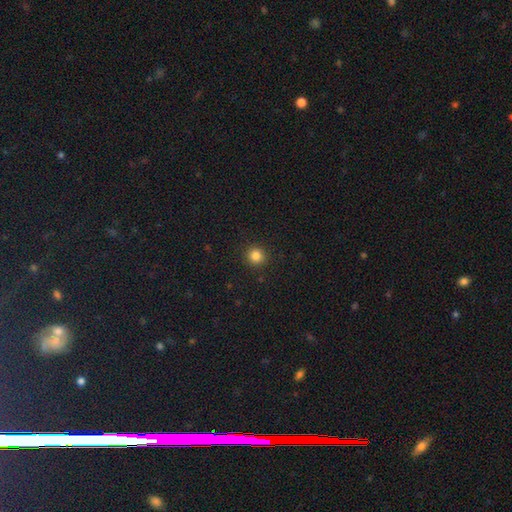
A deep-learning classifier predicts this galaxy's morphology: smooth 84%, star or artifact 12%, featured or disk 4%. Down the decision tree: how rounded — round (94%); merging — none (92%).